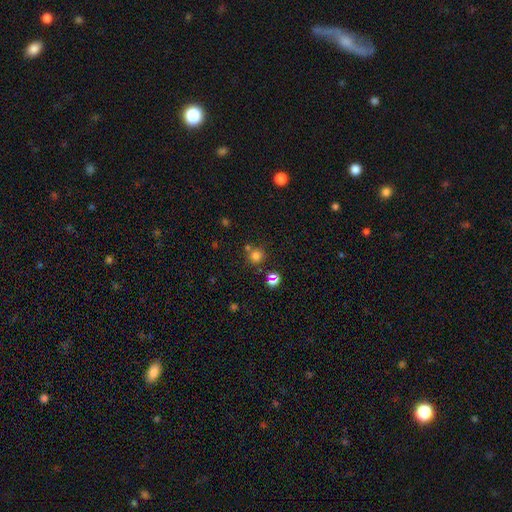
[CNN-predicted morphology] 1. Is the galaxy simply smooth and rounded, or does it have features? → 74% smooth, 19% star or artifact, 7% featured or disk.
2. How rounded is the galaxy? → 92% round, 7% in between, 1% cigar-shaped.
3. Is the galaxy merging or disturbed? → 71% none, 17% merger, 9% minor disturbance, 3% major disturbance.